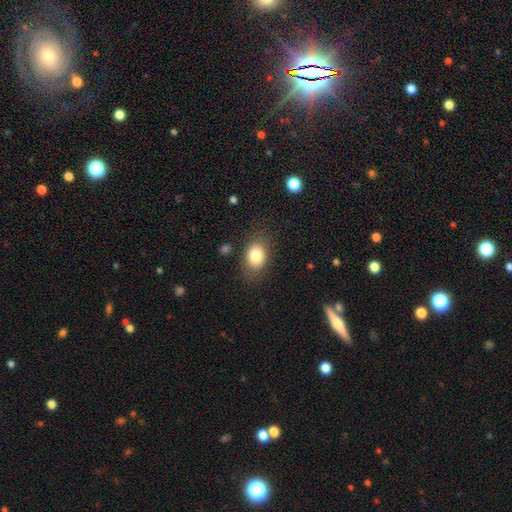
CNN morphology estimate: This appears to be a smooth galaxy with no disk features (82%) that is in between round and cigar-shaped (71%). Merging: none (80%).